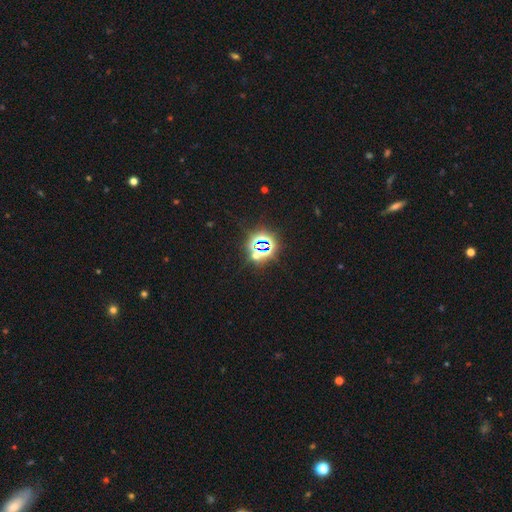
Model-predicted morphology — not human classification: Smooth or featured: star or artifact — 76% (smooth — 16%)